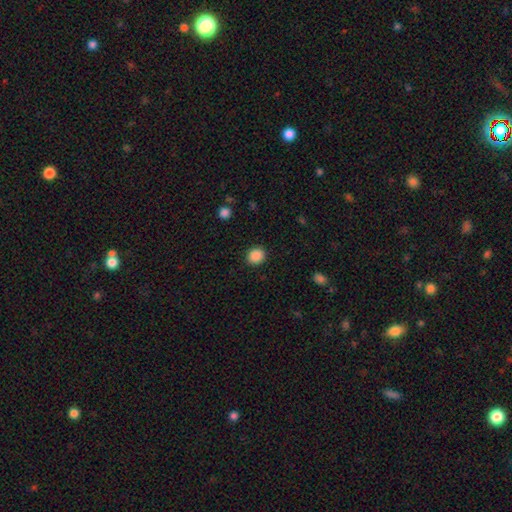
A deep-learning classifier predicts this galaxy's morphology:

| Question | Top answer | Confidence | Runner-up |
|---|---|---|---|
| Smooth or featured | smooth | 88% | star or artifact (9%) |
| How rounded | round | 77% | in between (22%) |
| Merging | none | 90% | minor disturbance (6%) |